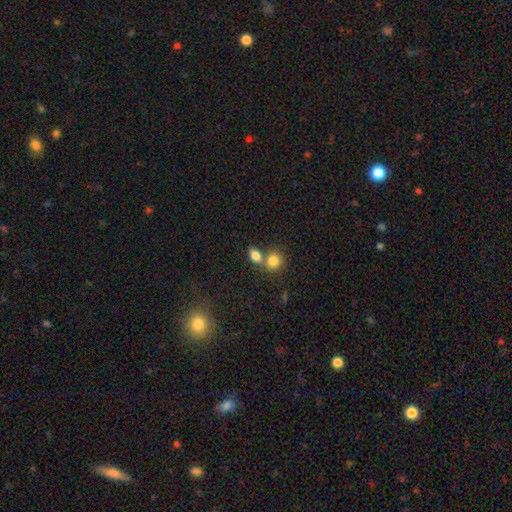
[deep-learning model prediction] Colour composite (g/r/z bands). It shows a smooth galaxy with no disk features (82%) that is in between round and cigar-shaped (70%). Merging: merger (45%).